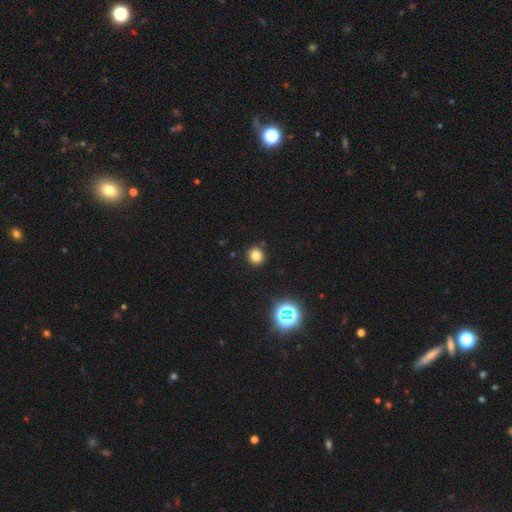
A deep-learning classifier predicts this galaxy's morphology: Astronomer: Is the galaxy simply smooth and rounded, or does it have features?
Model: smooth — 78%.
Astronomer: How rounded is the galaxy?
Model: round — 83%.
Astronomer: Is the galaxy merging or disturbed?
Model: none — 90%.